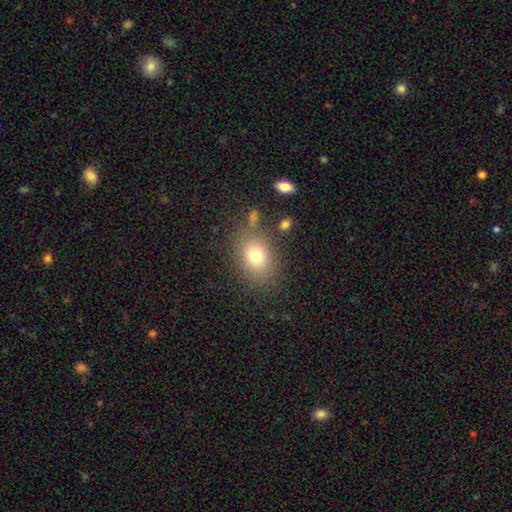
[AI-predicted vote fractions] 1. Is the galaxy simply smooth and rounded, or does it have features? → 75% smooth, 13% star or artifact, 12% featured or disk.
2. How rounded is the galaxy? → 54% in between, 45% round, 1% cigar-shaped.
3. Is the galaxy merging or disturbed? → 77% none, 12% minor disturbance, 6% major disturbance, 5% merger.